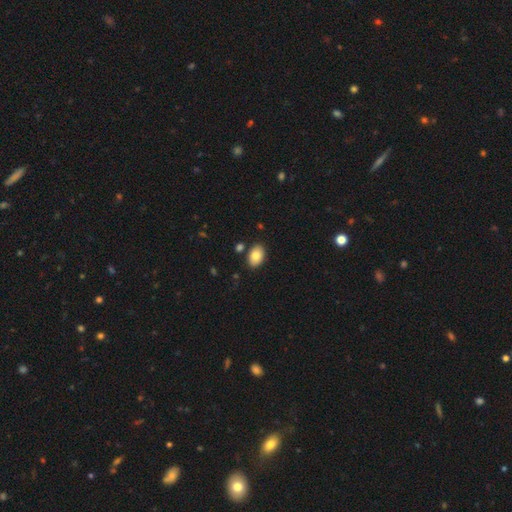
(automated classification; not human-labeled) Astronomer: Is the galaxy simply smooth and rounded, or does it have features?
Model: smooth — 85%.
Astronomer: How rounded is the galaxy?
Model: in between — 88%.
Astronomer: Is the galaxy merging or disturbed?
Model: none — 85%.